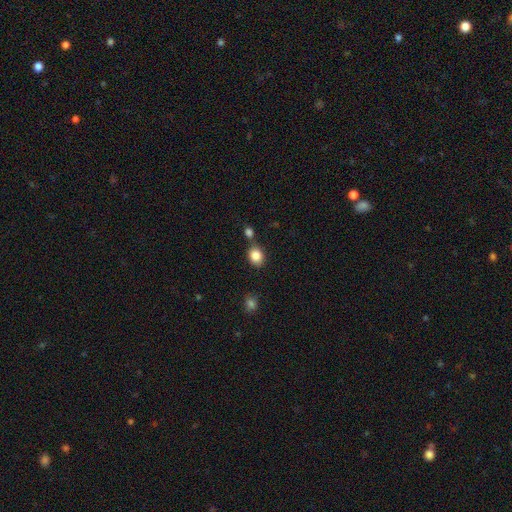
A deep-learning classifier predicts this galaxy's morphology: This is clearly a smooth galaxy (85%). How rounded: possibly round (57%). Merging: likely none (68%).